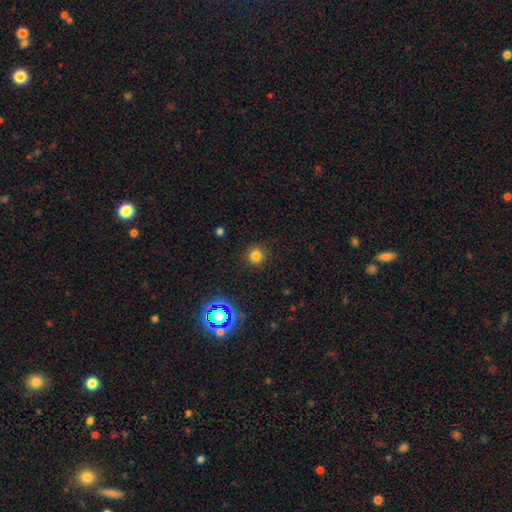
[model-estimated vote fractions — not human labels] This is likely a smooth galaxy (78%). How rounded: clearly round (95%). Merging: clearly none (90%).